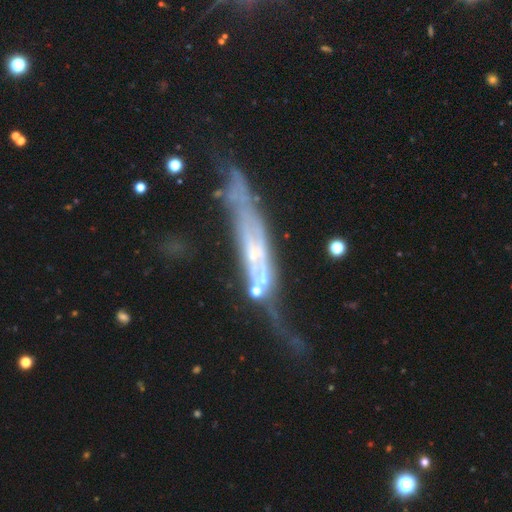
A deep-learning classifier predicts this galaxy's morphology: The model was most divided on "merging": none: 40%, major disturbance: 25%, minor disturbance: 25%, merger: 10%. More confident: smooth or featured — featured or disk (74%); edge-on disk — yes (65%).